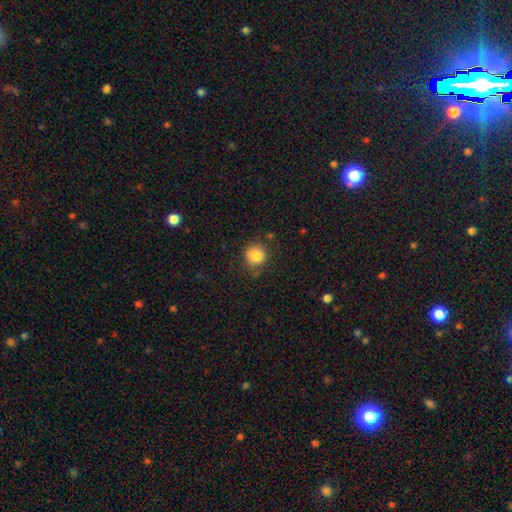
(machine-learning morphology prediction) Q: Smooth or featured?
A: smooth (85%); runner-up: star or artifact (10%)
Q: How rounded?
A: round (82%); runner-up: in between (17%)
Q: Merging?
A: none (72%); runner-up: minor disturbance (18%)